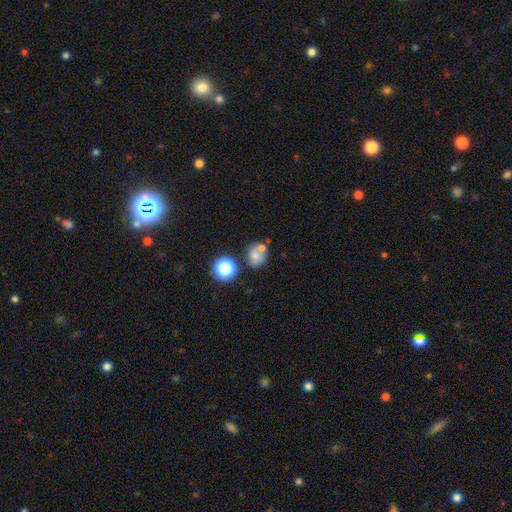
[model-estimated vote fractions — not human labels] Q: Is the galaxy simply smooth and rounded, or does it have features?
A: smooth — 70%.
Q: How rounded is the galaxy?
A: round — 68%.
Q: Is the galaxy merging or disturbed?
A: none — 47%.